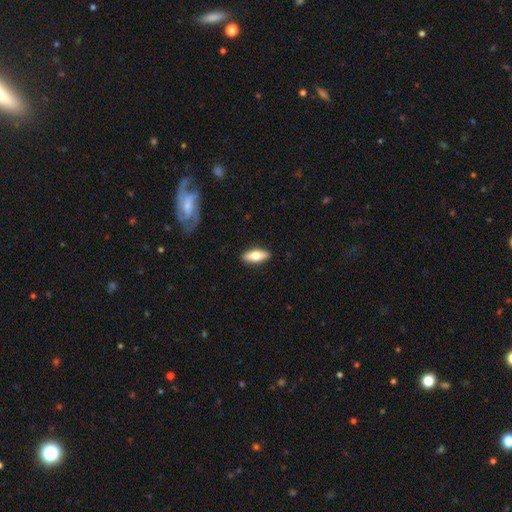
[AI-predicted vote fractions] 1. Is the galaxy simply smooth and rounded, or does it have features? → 67% smooth, 27% featured or disk, 6% star or artifact.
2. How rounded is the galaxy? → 70% in between, 27% cigar-shaped, 3% round.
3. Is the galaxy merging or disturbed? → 90% none, 7% minor disturbance, 2% major disturbance, 1% merger.